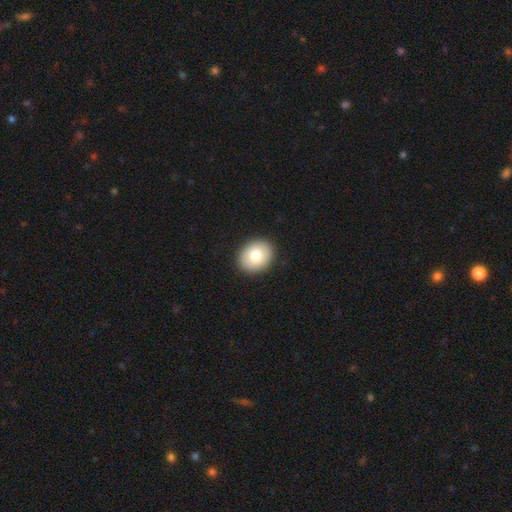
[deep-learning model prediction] The model was most divided on "how rounded": round: 59%, in between: 40%, cigar-shaped: 1%. More confident: merging — none (91%); smooth or featured — smooth (76%).